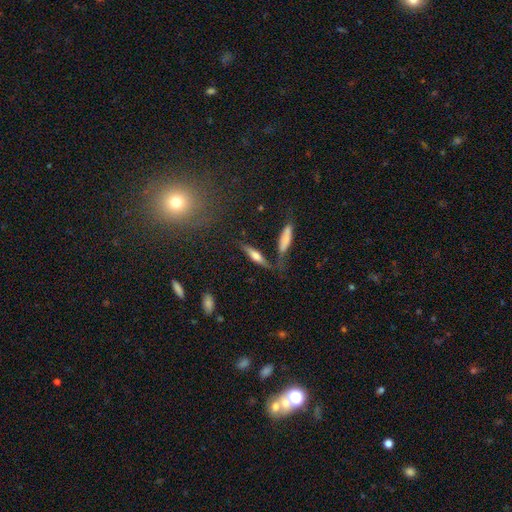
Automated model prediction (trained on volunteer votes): Smooth or featured: smooth — 47% (featured or disk — 44%)
Merging: none — 66% (minor disturbance — 17%)